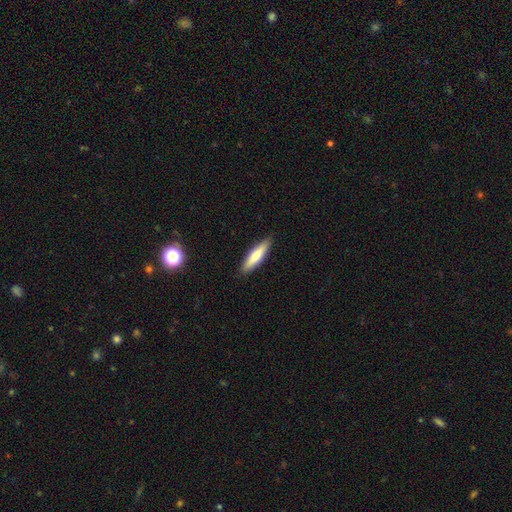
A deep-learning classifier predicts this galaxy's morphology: The model was most divided on "smooth or featured": smooth: 64%, featured or disk: 31%, star or artifact: 6%. More confident: merging — none (89%); how rounded — cigar-shaped (74%).